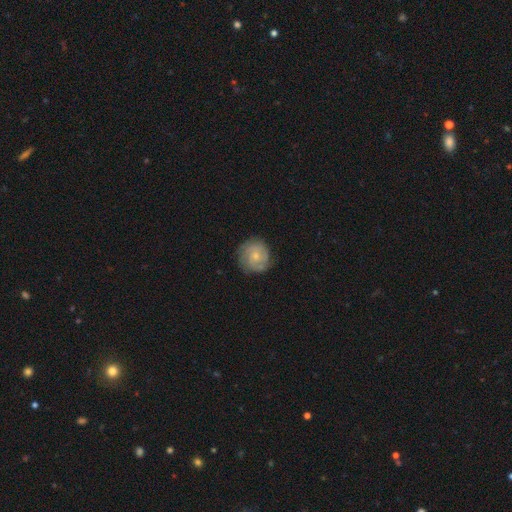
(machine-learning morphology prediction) Smooth or featured?
  - featured or disk: 49% *
  - smooth: 44%
  - star or artifact: 7%
Merging?
  - none: 77% *
  - minor disturbance: 17%
  - major disturbance: 5%
  - merger: 1%